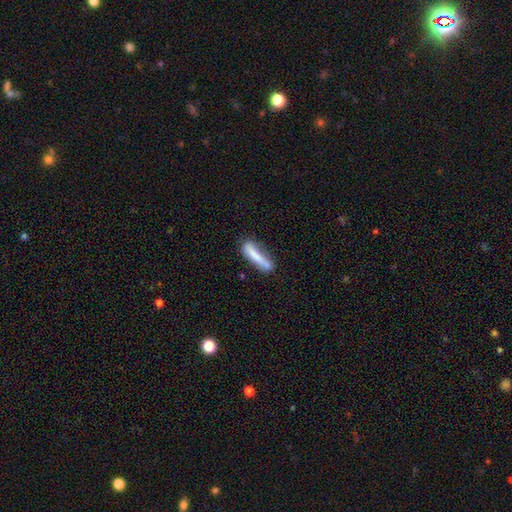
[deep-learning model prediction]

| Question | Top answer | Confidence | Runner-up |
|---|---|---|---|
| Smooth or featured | smooth | 72% | featured or disk (21%) |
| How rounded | cigar-shaped | 86% | in between (13%) |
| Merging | none | 62% | minor disturbance (22%) |